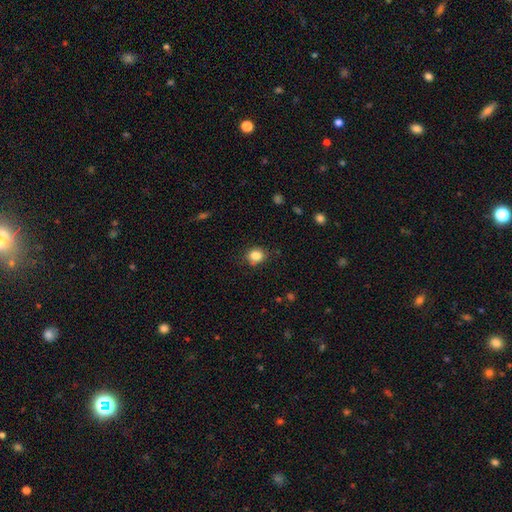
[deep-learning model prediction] Q: Smooth or featured?
A: smooth (84%); runner-up: star or artifact (11%)
Q: How rounded?
A: round (72%); runner-up: in between (27%)
Q: Merging?
A: none (81%); runner-up: minor disturbance (13%)